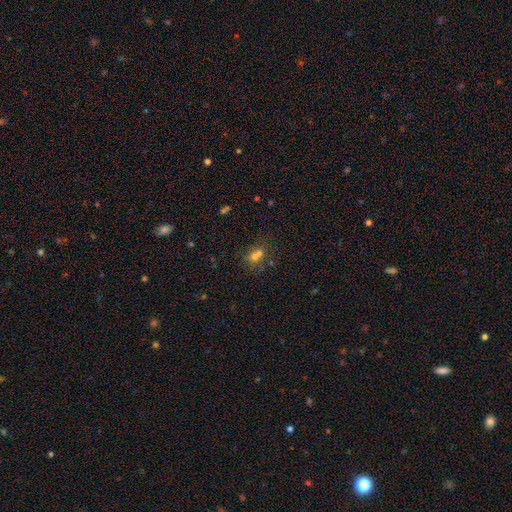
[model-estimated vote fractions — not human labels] Smooth or featured?
  - smooth: 54% *
  - star or artifact: 29%
  - featured or disk: 17%
How rounded?
  - round: 72% *
  - in between: 27%
  - cigar-shaped: 1%
Merging?
  - none: 45% *
  - merger: 41%
  - minor disturbance: 9%
  - major disturbance: 5%